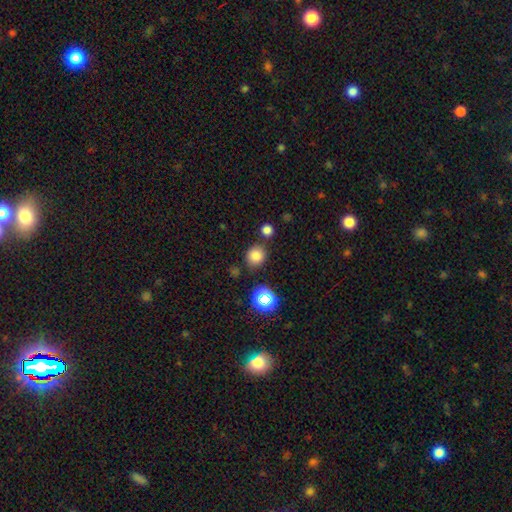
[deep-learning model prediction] smooth 79%, star or artifact 16%, featured or disk 5%. Down the decision tree: how rounded — round (83%); merging — none (79%).